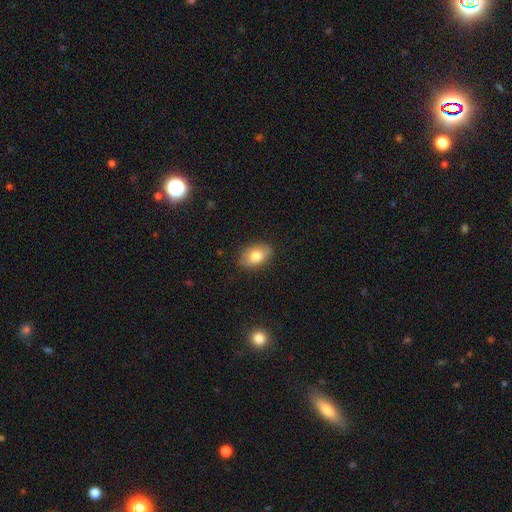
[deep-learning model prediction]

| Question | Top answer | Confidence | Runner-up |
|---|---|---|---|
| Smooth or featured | smooth | 79% | featured or disk (13%) |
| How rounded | in between | 88% | round (11%) |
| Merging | none | 85% | minor disturbance (11%) |